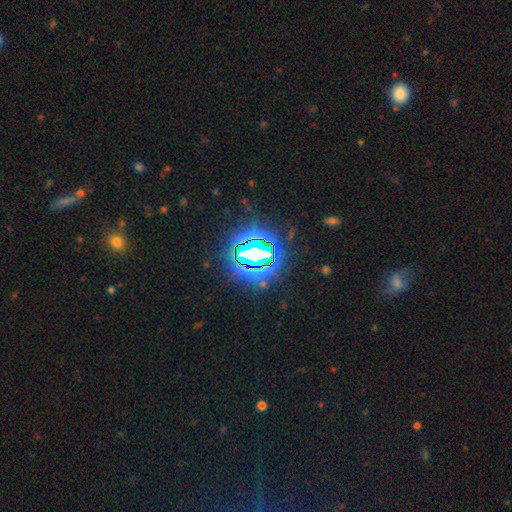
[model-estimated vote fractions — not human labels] smooth_or_featured: star or artifact (p=0.79) [alt: smooth p=0.11]